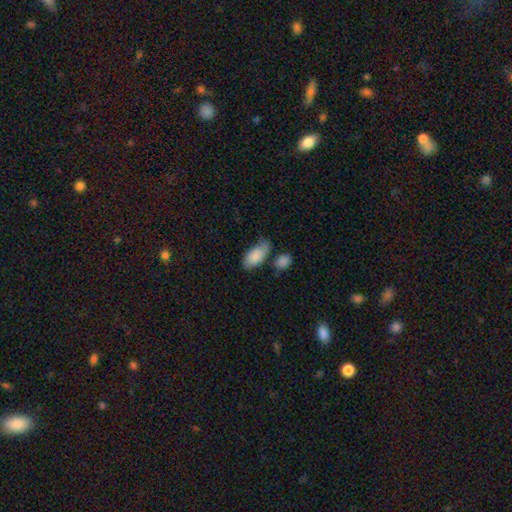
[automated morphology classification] This appears to be a smooth galaxy with no disk features (81%) that is in between round and cigar-shaped (92%). Merging: none (52%).